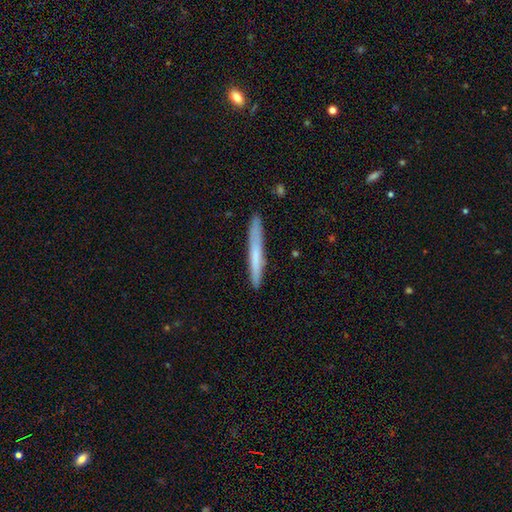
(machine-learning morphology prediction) This is likely a smooth galaxy (63%). How rounded: clearly cigar-shaped (97%). Merging: clearly none (90%).